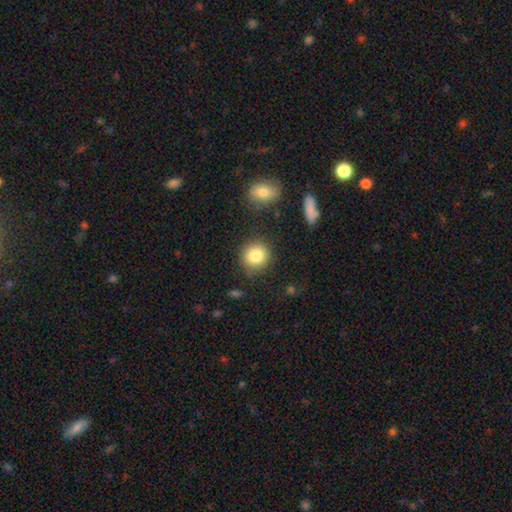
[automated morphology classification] type=smooth (83%); roundness=round (88%); merging=none (84%).